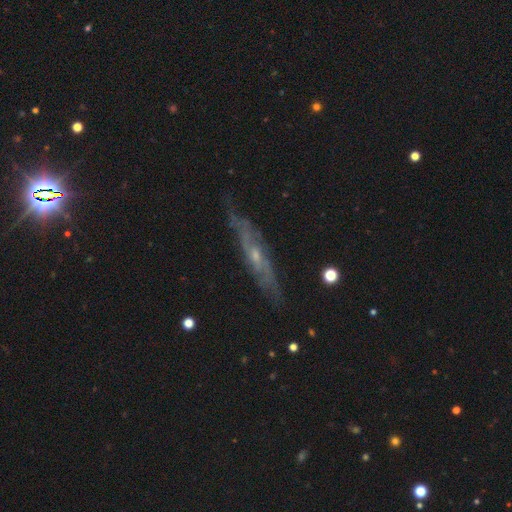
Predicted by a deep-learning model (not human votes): This is likely a featured or disk galaxy (73%). It is possibly viewed edge-on (56%). Merging: likely none (72%).